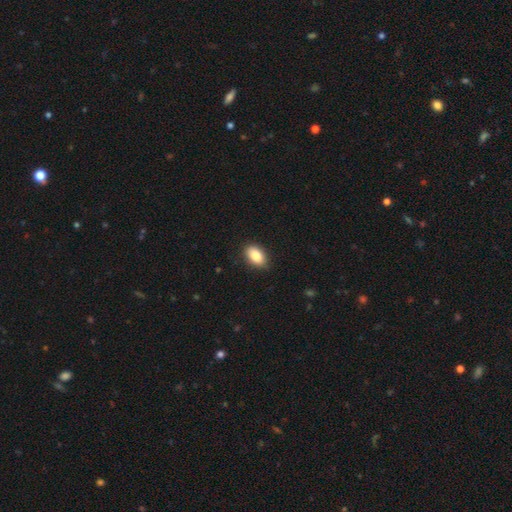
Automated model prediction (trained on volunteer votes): smooth-or-featured: smooth: 87% | star or artifact: 7% | featured or disk: 6%
  how-rounded: in between: 91% | round: 7% | cigar-shaped: 2%
  merging: none: 85% | minor disturbance: 12% | major disturbance: 2% | merger: 1%